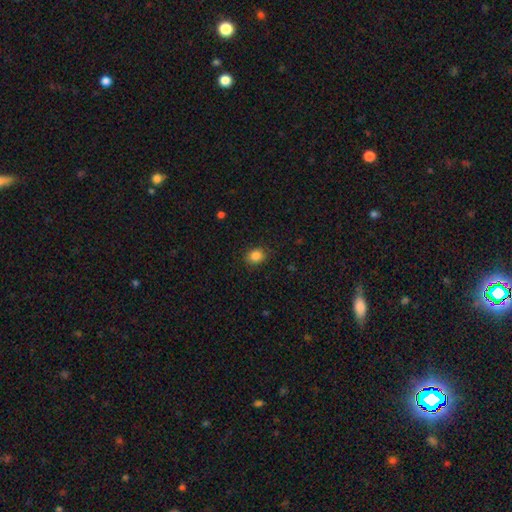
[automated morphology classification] This is clearly a smooth galaxy (86%). How rounded: possibly round (55%). Merging: clearly none (87%).